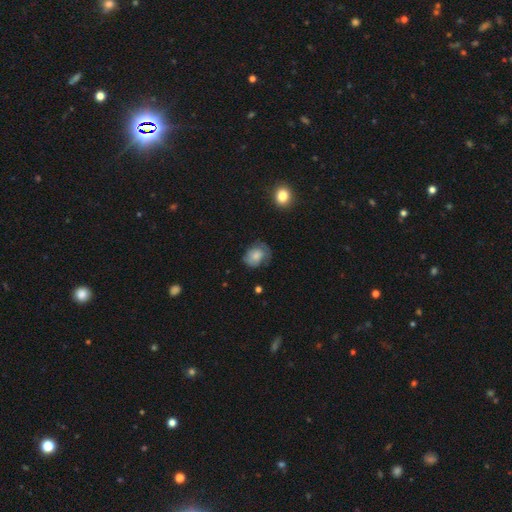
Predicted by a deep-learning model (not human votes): This appears to be a smooth galaxy with no disk features (60%) that is round (51%). Merging: none (51%).